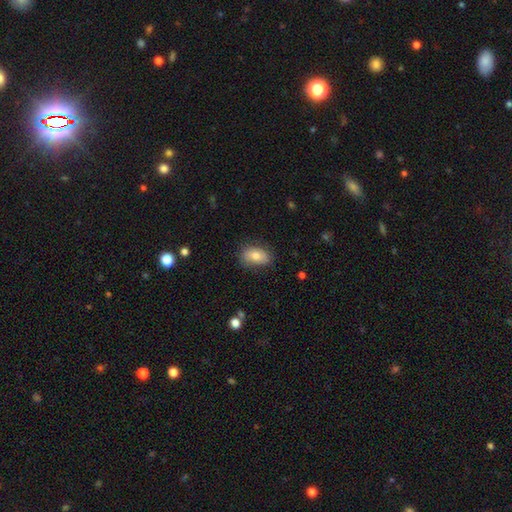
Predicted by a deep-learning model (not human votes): smooth-or-featured: smooth: 76% | featured or disk: 17% | star or artifact: 7%
  how-rounded: in between: 87% | round: 11% | cigar-shaped: 2%
  merging: none: 76% | minor disturbance: 18% | major disturbance: 4% | merger: 1%